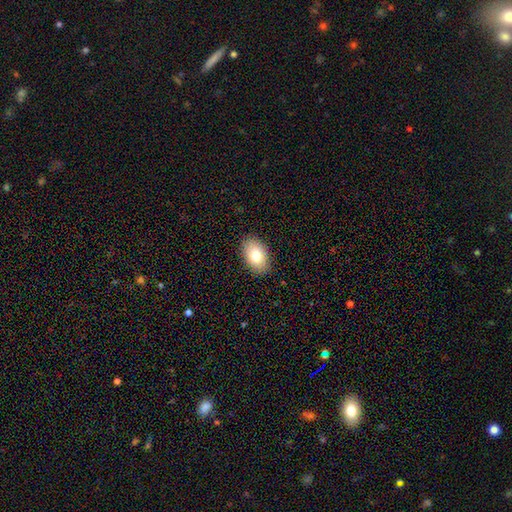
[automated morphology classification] Smooth or featured: smooth — 77% (featured or disk — 15%)
How rounded: in between — 89% (round — 9%)
Merging: none — 88% (minor disturbance — 9%)